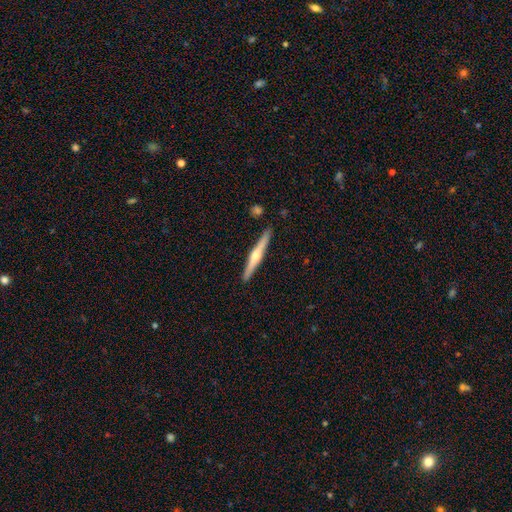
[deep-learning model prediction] smooth-or-featured: featured or disk: 66% | smooth: 28% | star or artifact: 5%
  disk-edge-on: yes: 98% | no: 2%
    edge-on-bulge: rounded: 87% | none: 8% | boxy: 4%
  merging: none: 90% | minor disturbance: 7% | merger: 2% | major disturbance: 1%